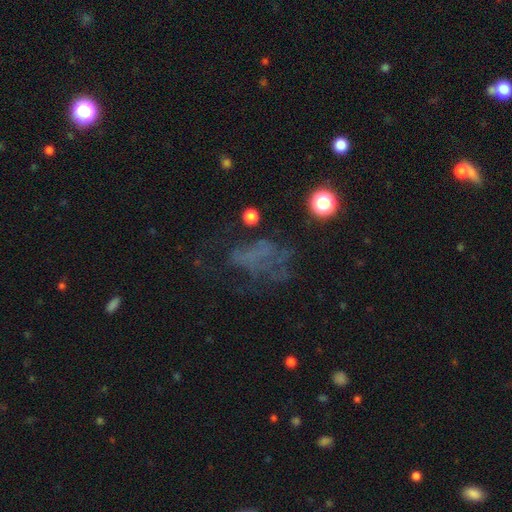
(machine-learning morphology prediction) This is marginally a featured or disk galaxy (42%). Merging: marginally none (40%).